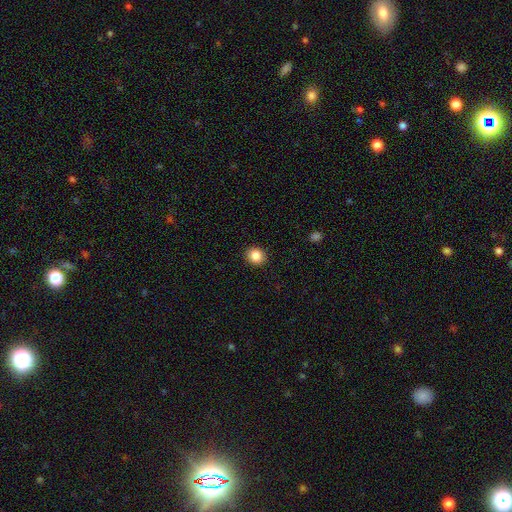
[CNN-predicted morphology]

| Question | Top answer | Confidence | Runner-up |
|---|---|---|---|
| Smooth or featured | smooth | 87% | star or artifact (9%) |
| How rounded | round | 82% | in between (17%) |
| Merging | none | 91% | minor disturbance (6%) |